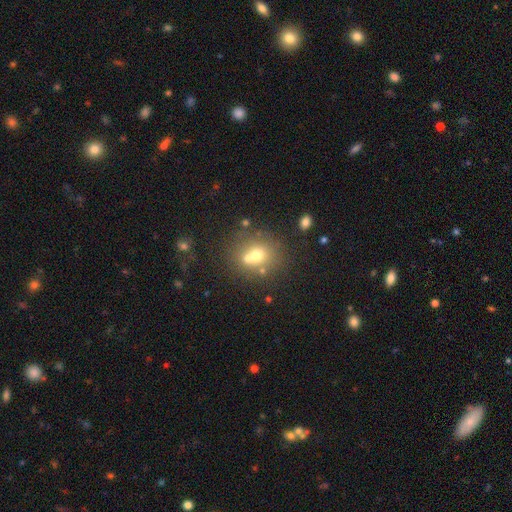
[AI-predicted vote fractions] The model was most divided on "merging": none: 50%, merger: 36%, minor disturbance: 10%, major disturbance: 5%. More confident: how rounded — round (75%); smooth or featured — smooth (63%).